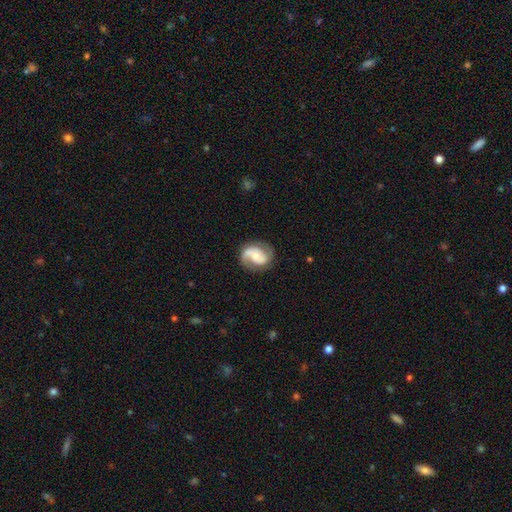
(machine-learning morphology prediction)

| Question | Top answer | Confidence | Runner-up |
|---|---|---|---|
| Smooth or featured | featured or disk | 78% | smooth (16%) |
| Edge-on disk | no | 98% | yes (2%) |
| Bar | no | 55% | weak (34%) |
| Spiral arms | yes | 94% | no (6%) |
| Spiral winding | medium | 48% | tight (28%) |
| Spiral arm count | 2 | 85% | 1 (7%) |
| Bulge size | moderate | 46% | small (44%) |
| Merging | none | 74% | minor disturbance (17%) |